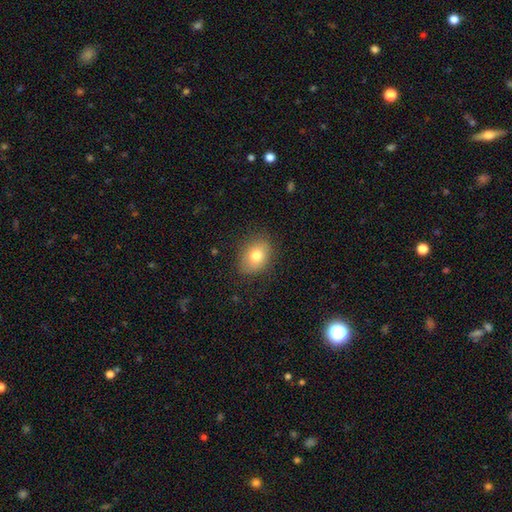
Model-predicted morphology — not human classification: Smooth or featured? smooth (78%)
How rounded? in between (67%)
Merging? none (83%)